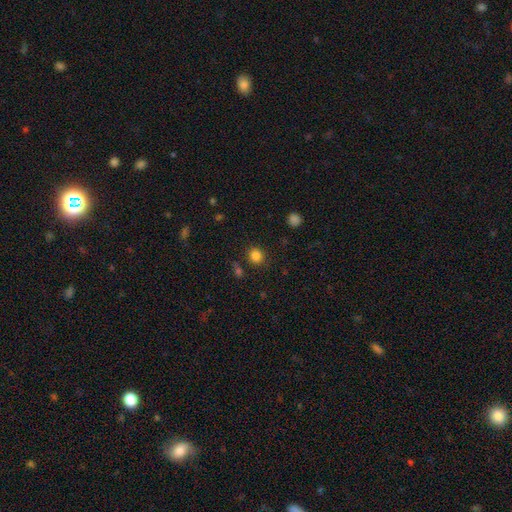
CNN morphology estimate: Smooth or featured?
  - smooth: 83% *
  - star or artifact: 12%
  - featured or disk: 4%
How rounded?
  - round: 85% *
  - in between: 14%
  - cigar-shaped: 1%
Merging?
  - none: 86% *
  - minor disturbance: 8%
  - merger: 3%
  - major disturbance: 3%